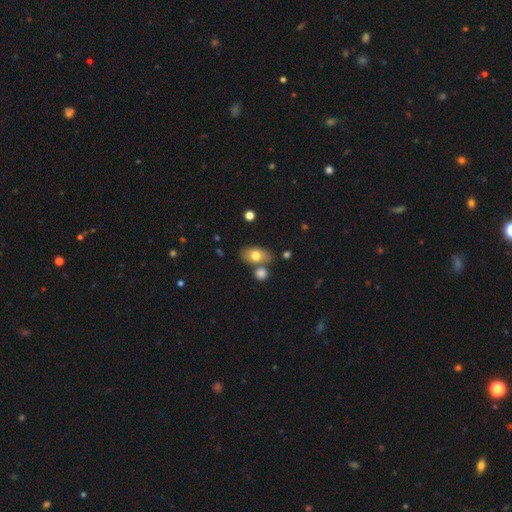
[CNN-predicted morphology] Smooth or featured: smooth — 74% (featured or disk — 18%)
How rounded: in between — 88% (round — 10%)
Merging: none — 64% (merger — 19%)